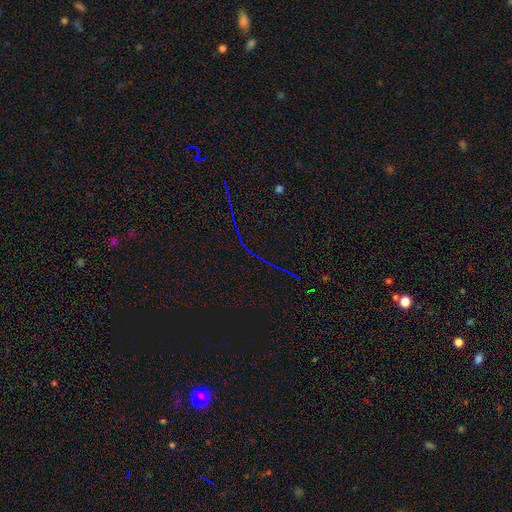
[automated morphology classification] The model was most divided on "smooth or featured": star or artifact: 83%, featured or disk: 10%, smooth: 8%.